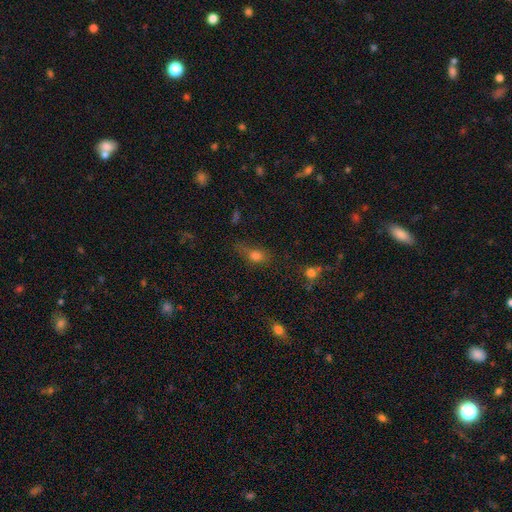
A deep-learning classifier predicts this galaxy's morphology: A smooth galaxy with no disk features (73%) that is in between round and cigar-shaped (61%). Merging: none (47%).